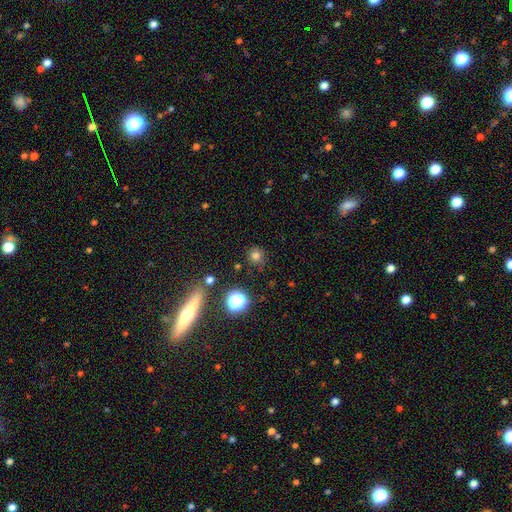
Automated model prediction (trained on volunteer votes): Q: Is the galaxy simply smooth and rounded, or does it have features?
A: smooth — 75%.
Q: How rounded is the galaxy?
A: round — 92%.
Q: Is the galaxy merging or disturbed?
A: none — 86%.